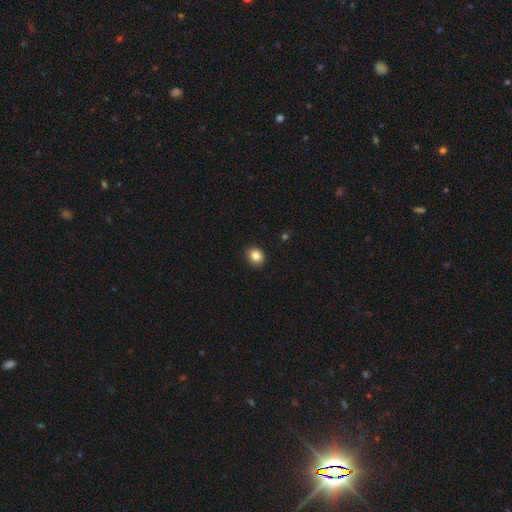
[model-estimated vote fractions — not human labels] This appears to be a smooth galaxy with no disk features (85%) that is round (72%). Merging: none (90%).